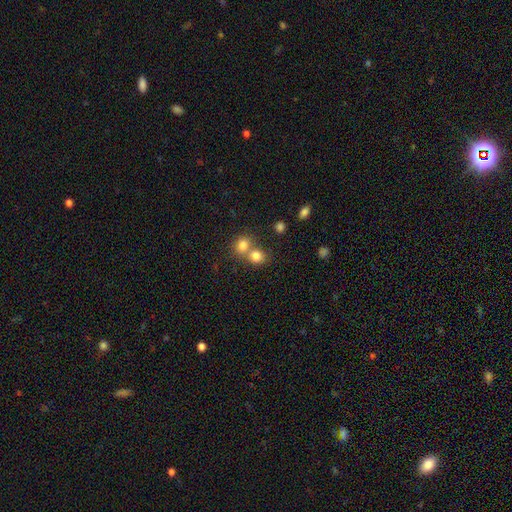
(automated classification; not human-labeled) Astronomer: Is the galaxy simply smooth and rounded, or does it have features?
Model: smooth — 80%.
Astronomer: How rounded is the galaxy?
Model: round — 71%.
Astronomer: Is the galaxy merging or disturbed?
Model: merger — 51% (runner-up: none, 40%).